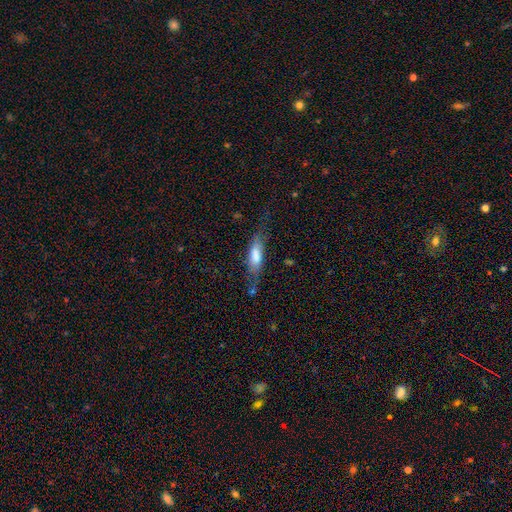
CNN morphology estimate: A smooth galaxy with no disk features (59%) that is cigar-shaped (54%).

Vote fractions:
- Smooth or featured? smooth: 59% / featured or disk: 34% / star or artifact: 7%
- How rounded? cigar-shaped: 54% / in between: 43% / round: 2%
- Merging? none: 55% / minor disturbance: 27% / major disturbance: 15% / merger: 4%